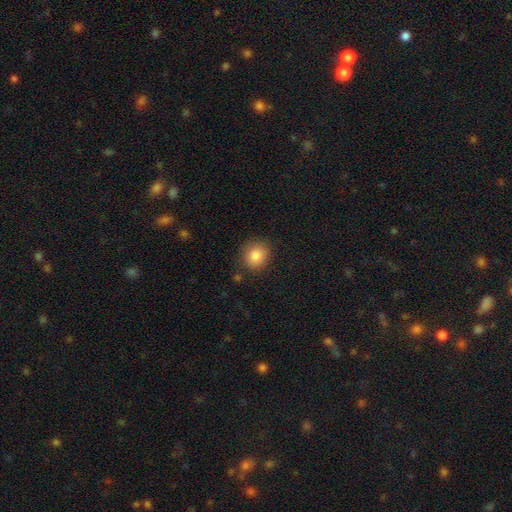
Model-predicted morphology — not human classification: Smooth or featured: smooth — 86% (star or artifact — 9%)
How rounded: round — 75% (in between — 24%)
Merging: none — 84% (minor disturbance — 11%)